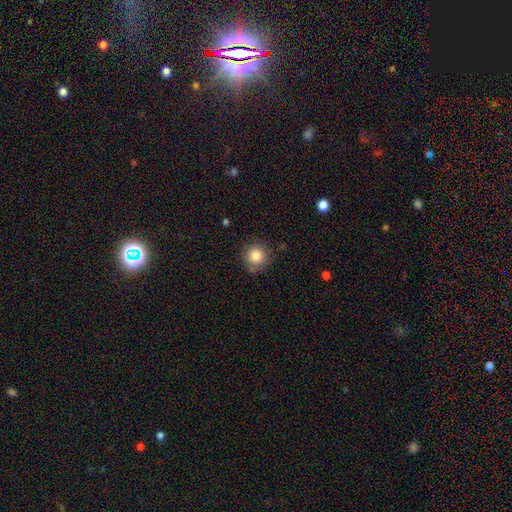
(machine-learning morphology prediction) A smooth galaxy with no disk features (83%) that is round (94%).

Vote fractions:
- Smooth or featured? smooth: 83% / star or artifact: 10% / featured or disk: 6%
- How rounded? round: 94% / in between: 5% / cigar-shaped: 1%
- Merging? none: 82% / minor disturbance: 12% / major disturbance: 3% / merger: 3%